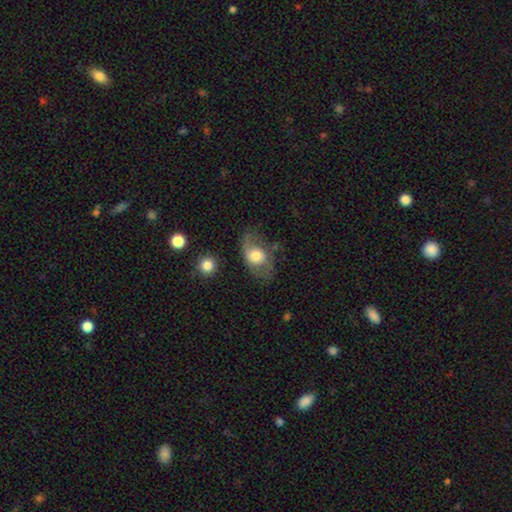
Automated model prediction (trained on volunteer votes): smooth-or-featured: smooth: 50% | featured or disk: 43% | star or artifact: 7%
  merging: none: 53% | minor disturbance: 24% | major disturbance: 20% | merger: 3%